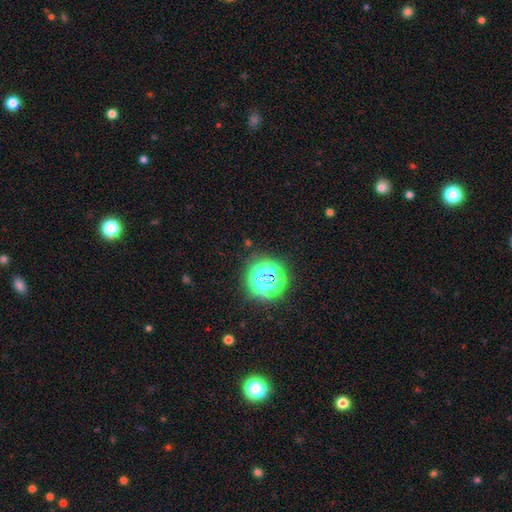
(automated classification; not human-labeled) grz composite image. It shows a star or artifact, not a galaxy (76%).